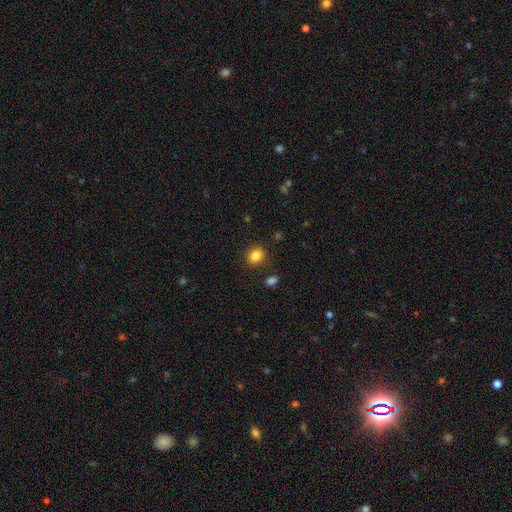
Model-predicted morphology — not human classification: Smooth or featured?
  - smooth: 85% *
  - star or artifact: 10%
  - featured or disk: 5%
How rounded?
  - round: 52% *
  - in between: 47%
  - cigar-shaped: 1%
Merging?
  - none: 84% *
  - minor disturbance: 10%
  - major disturbance: 3%
  - merger: 3%